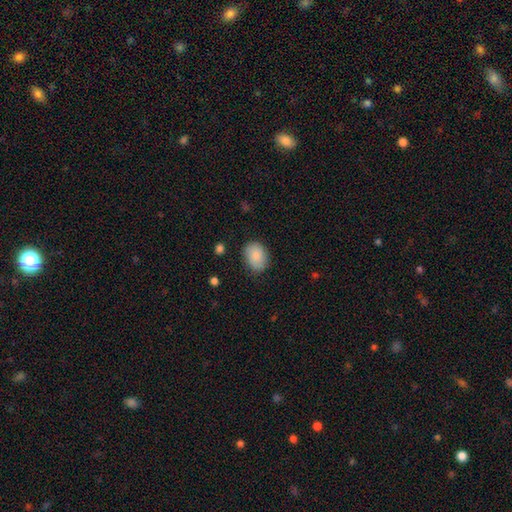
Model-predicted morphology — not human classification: This is clearly a smooth galaxy (87%). How rounded: likely in between (71%). Merging: clearly none (81%).